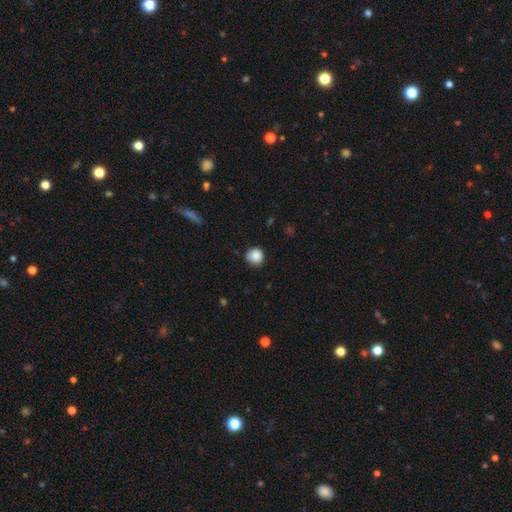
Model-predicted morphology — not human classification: The model was most divided on "merging": none: 75%, minor disturbance: 20%, major disturbance: 4%, merger: 1%. More confident: how rounded — round (91%); smooth or featured — smooth (87%).